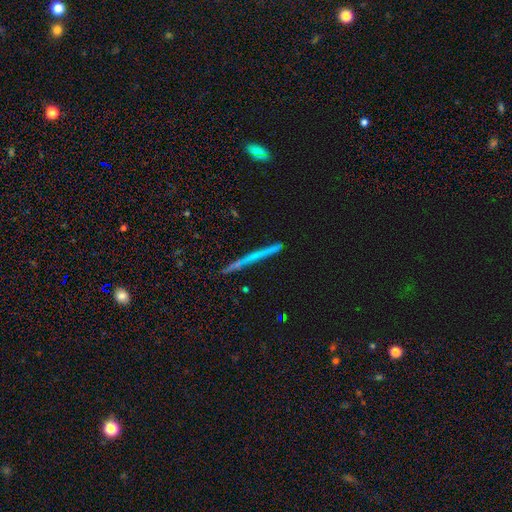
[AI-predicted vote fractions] The model was most divided on "smooth or featured": smooth: 46%, featured or disk: 45%, star or artifact: 10%. More confident: merging — none (84%).